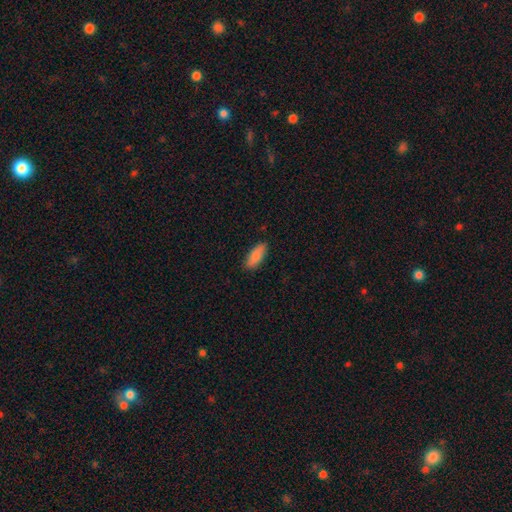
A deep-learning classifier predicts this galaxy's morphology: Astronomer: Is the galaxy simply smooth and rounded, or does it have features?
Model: smooth — 85%.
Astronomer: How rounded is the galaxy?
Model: in between — 75%.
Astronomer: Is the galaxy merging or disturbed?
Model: none — 85%.